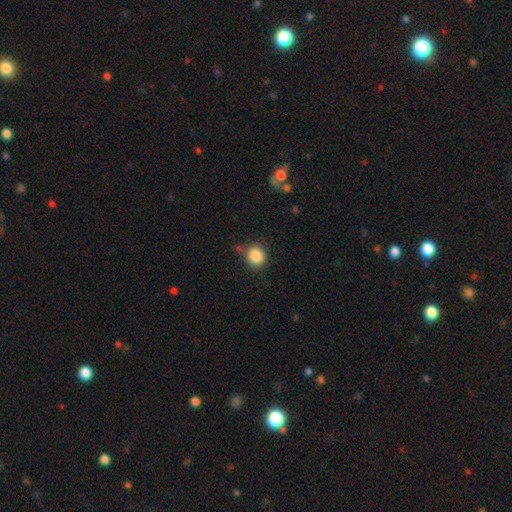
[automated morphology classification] Smooth or featured? smooth (86%)
How rounded? round (83%)
Merging? none (73%)